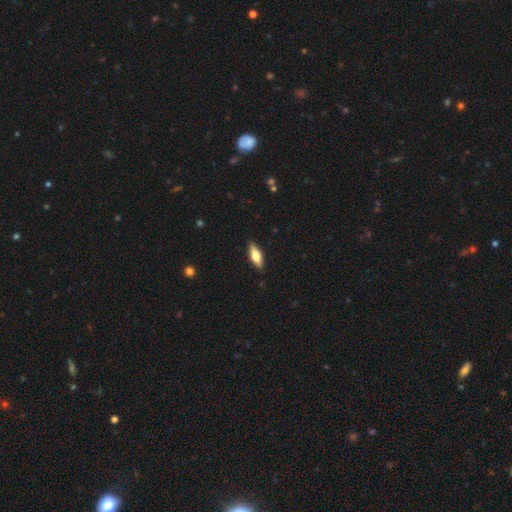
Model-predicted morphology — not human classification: A smooth galaxy with no disk features (62%) that is in between round and cigar-shaped (64%).

Vote fractions:
- Smooth or featured? smooth: 62% / featured or disk: 32% / star or artifact: 6%
- How rounded? in between: 64% / cigar-shaped: 33% / round: 2%
- Merging? none: 88% / minor disturbance: 9% / major disturbance: 2% / merger: 1%